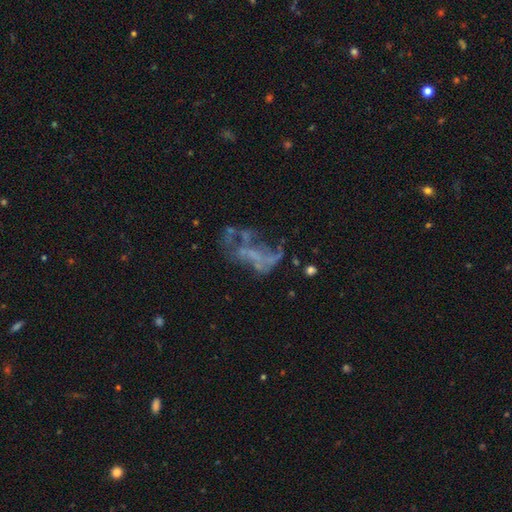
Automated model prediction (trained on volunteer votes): This appears to be a featured or disk galaxy (63%) with no bar (83%), no spiral arms (80%) and no central bulge (81%). Merging: major disturbance (42%).